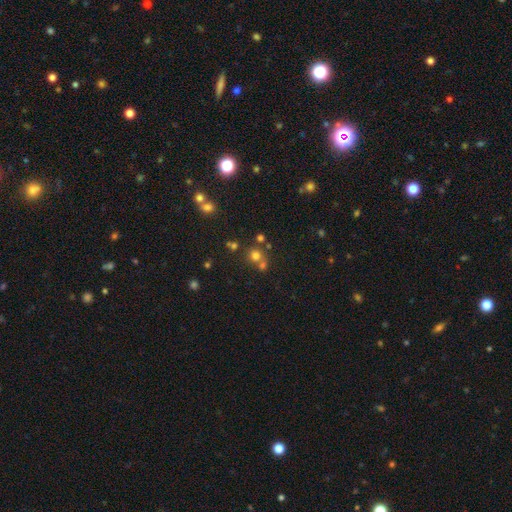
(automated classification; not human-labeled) Smooth or featured?
  - smooth: 66% *
  - star or artifact: 23%
  - featured or disk: 11%
How rounded?
  - round: 87% *
  - in between: 12%
  - cigar-shaped: 1%
Merging?
  - none: 57% *
  - merger: 33%
  - minor disturbance: 7%
  - major disturbance: 3%